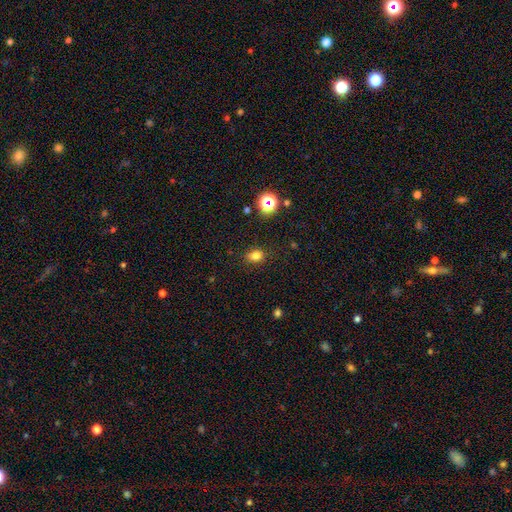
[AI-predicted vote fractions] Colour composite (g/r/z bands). It shows a smooth galaxy with no disk features (79%) that is in between round and cigar-shaped (58%). Merging: none (83%).